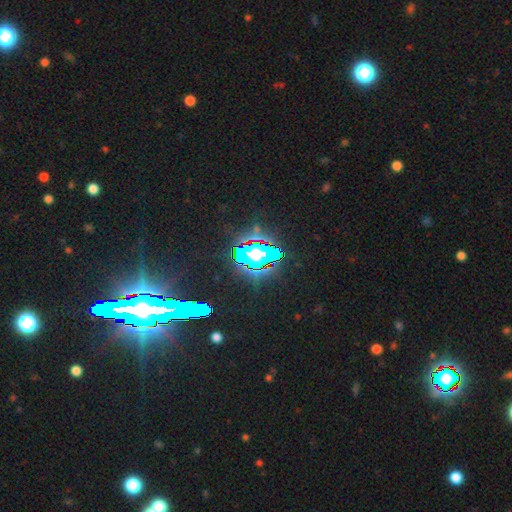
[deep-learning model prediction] Overall: star or artifact (85%).